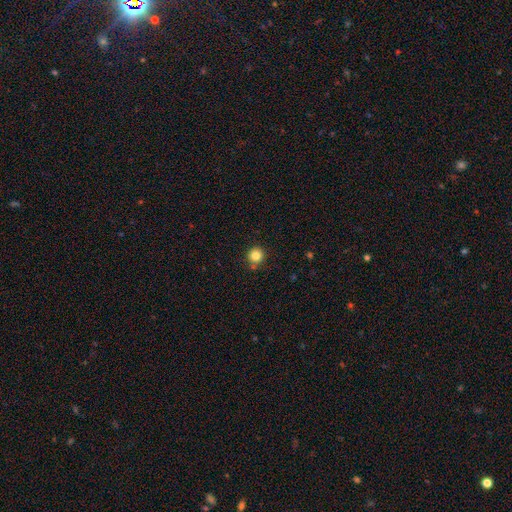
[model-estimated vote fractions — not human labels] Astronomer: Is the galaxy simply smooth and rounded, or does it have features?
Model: smooth — 83%.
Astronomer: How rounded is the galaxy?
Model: round — 94%.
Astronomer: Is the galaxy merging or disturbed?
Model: none — 85%.